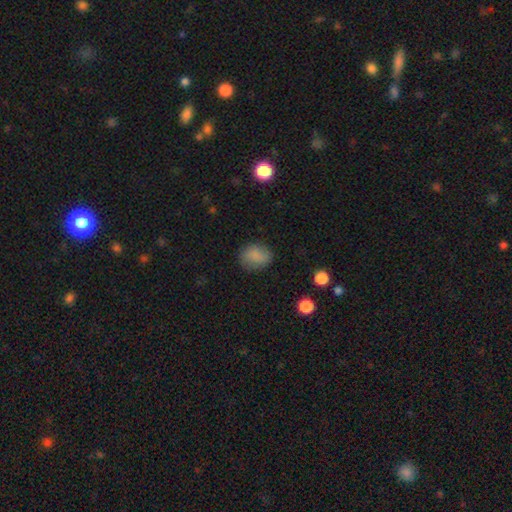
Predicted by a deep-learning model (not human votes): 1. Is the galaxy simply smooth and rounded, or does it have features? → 83% smooth, 10% star or artifact, 8% featured or disk.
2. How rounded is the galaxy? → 51% in between, 48% round, 1% cigar-shaped.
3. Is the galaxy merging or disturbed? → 78% none, 16% minor disturbance, 4% major disturbance, 1% merger.